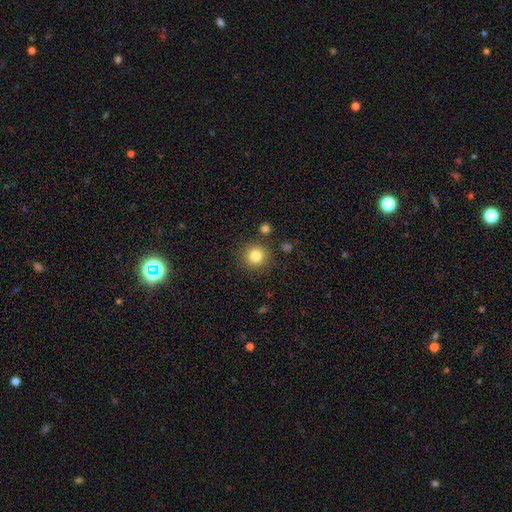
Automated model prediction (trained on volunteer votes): smooth-or-featured: smooth: 83% | star or artifact: 11% | featured or disk: 6%
  how-rounded: round: 93% | in between: 6% | cigar-shaped: 1%
  merging: none: 86% | minor disturbance: 7% | merger: 4% | major disturbance: 3%